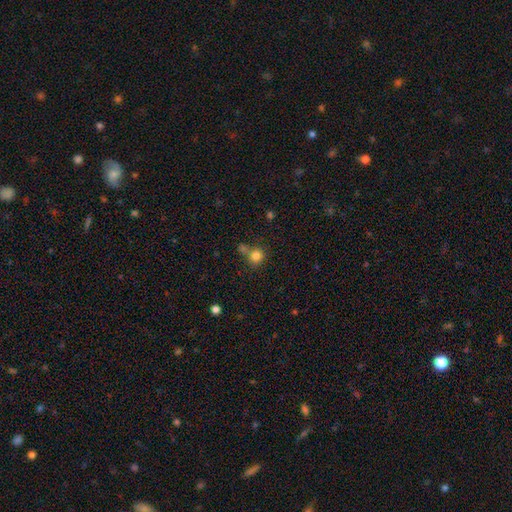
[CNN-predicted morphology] Overall: smooth (81%). How rounded: round (87%). Merging: none (62%; merger 23%).